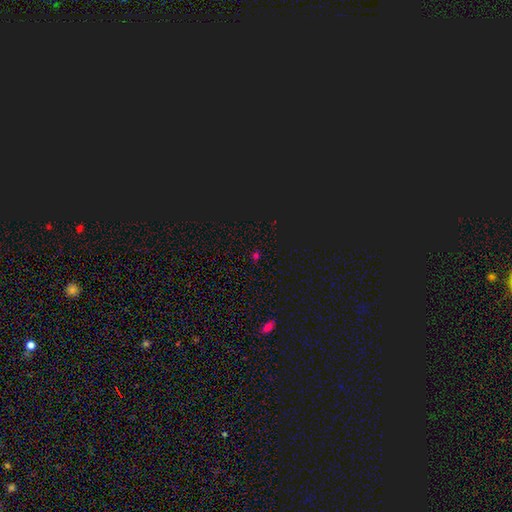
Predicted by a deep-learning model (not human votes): Overall: star or artifact (61%; smooth 33%).